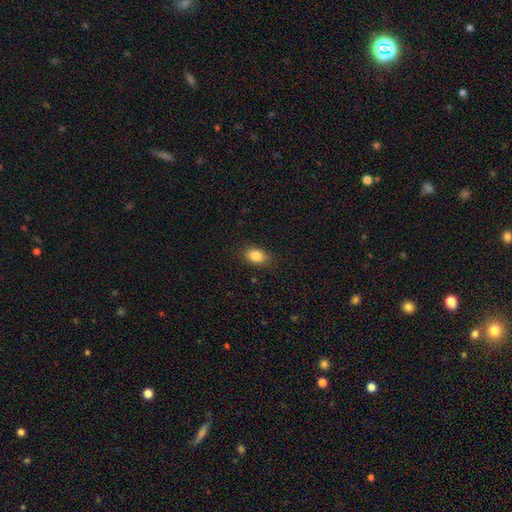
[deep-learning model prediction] Smooth or featured?
  - smooth: 86% *
  - star or artifact: 8%
  - featured or disk: 6%
How rounded?
  - in between: 85% *
  - round: 13%
  - cigar-shaped: 2%
Merging?
  - none: 86% *
  - minor disturbance: 10%
  - major disturbance: 3%
  - merger: 1%